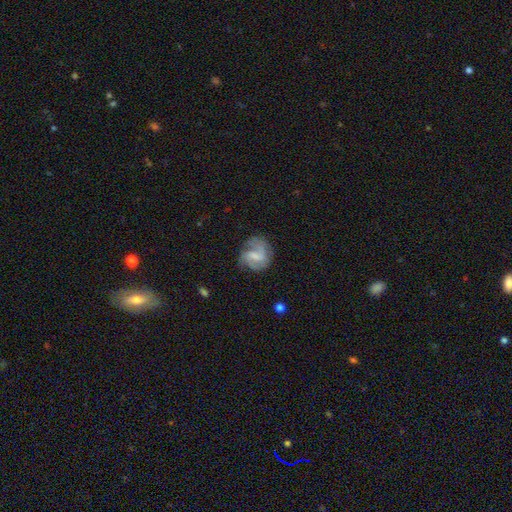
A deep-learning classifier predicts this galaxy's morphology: This is likely a featured or disk galaxy (66%). It is clearly not viewed edge-on (98%). Bar: possibly weak (53%). Spiral arm pattern: clearly yes (89%). Spiral arm count: possibly 2 (52%). Spiral winding: possibly medium (46%). Central bulge: marginally small (35%). Merging: likely none (63%).